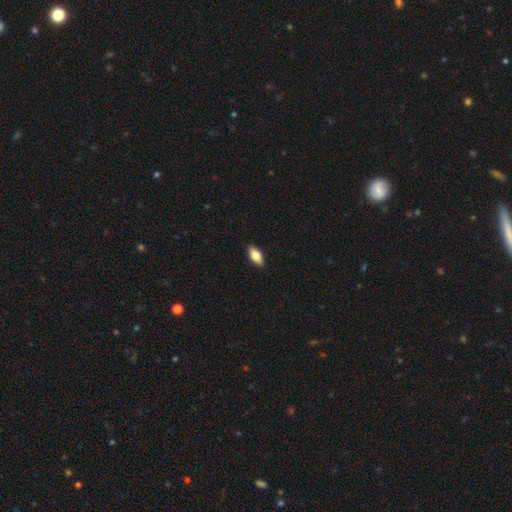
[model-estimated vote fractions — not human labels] Smooth or featured? smooth (77%)
How rounded? in between (88%)
Merging? none (90%)